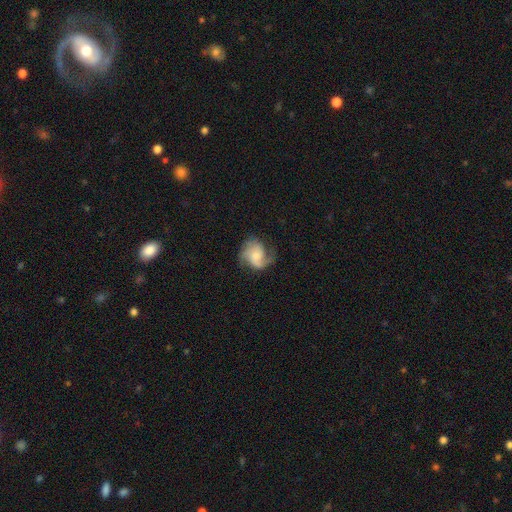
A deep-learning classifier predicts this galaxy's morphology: This appears to be a featured or disk galaxy (70%) with no bar (67%), 2 (50%) medium (47%) spiral arms (93%) and a small central bulge (42%). Merging: none (61%).